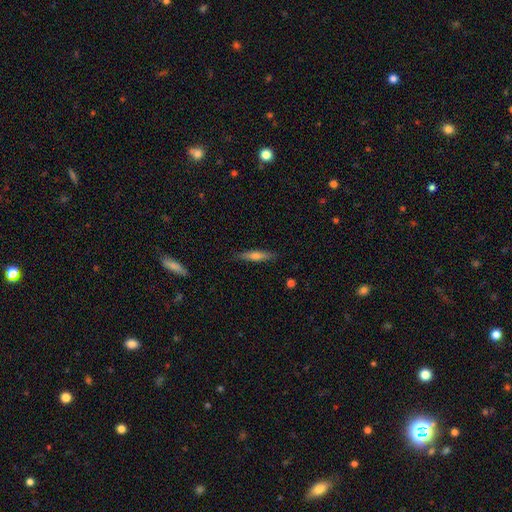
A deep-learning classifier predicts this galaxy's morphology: This is possibly a smooth galaxy (50%). How rounded: clearly cigar-shaped (87%). Merging: clearly none (88%).